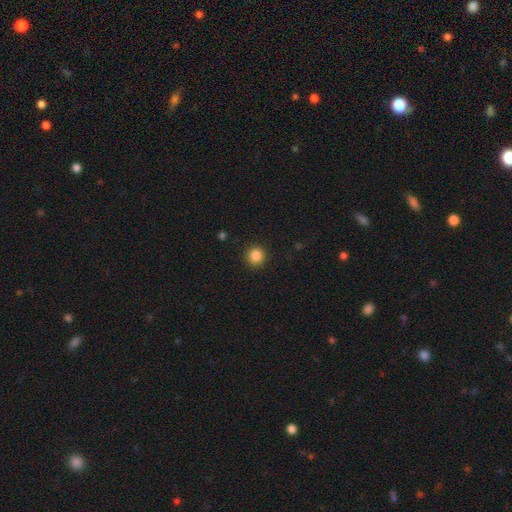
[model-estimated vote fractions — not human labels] Smooth or featured? smooth (86%)
How rounded? round (94%)
Merging? none (91%)